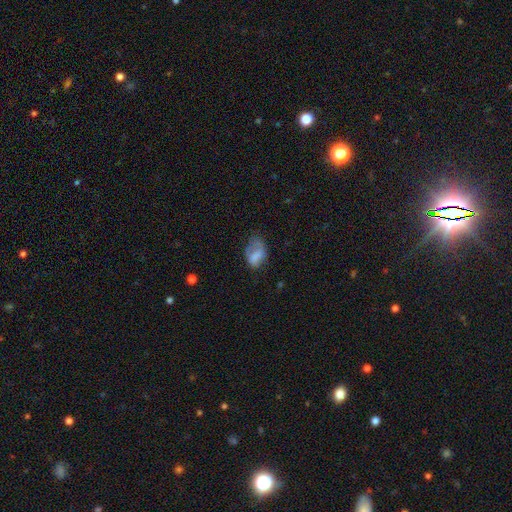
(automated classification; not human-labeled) smooth-or-featured: smooth: 67% | featured or disk: 23% | star or artifact: 10%
  how-rounded: in between: 84% | round: 15% | cigar-shaped: 2%
  merging: major disturbance: 33% | minor disturbance: 32% | none: 32% | merger: 3%